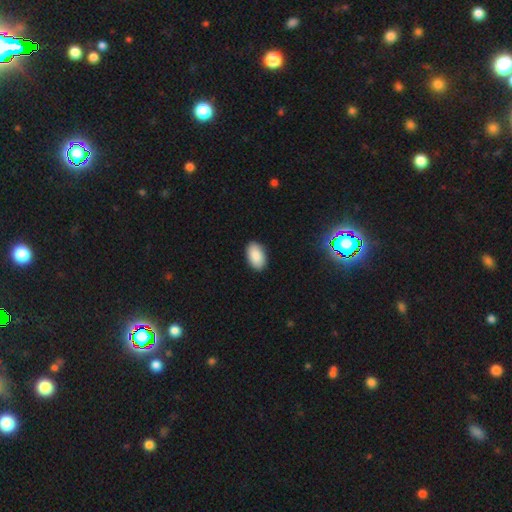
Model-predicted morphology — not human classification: Overall: smooth (89%). How rounded: in between (94%). Merging: none (89%).